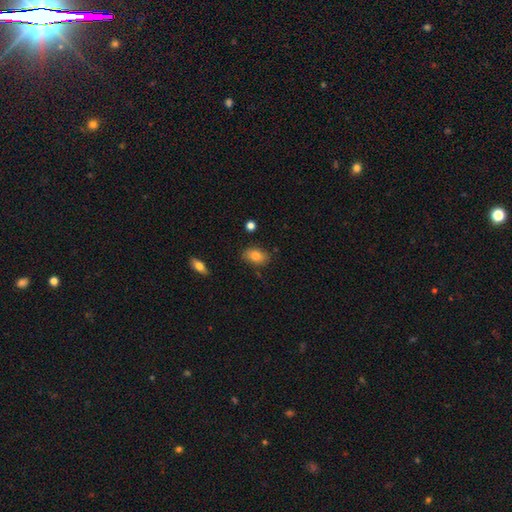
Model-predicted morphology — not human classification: A smooth galaxy with no disk features (82%) that is in between round and cigar-shaped (88%).

Vote fractions:
- Smooth or featured? smooth: 82% / featured or disk: 10% / star or artifact: 8%
- How rounded? in between: 88% / round: 10% / cigar-shaped: 2%
- Merging? none: 81% / minor disturbance: 14% / major disturbance: 3% / merger: 2%